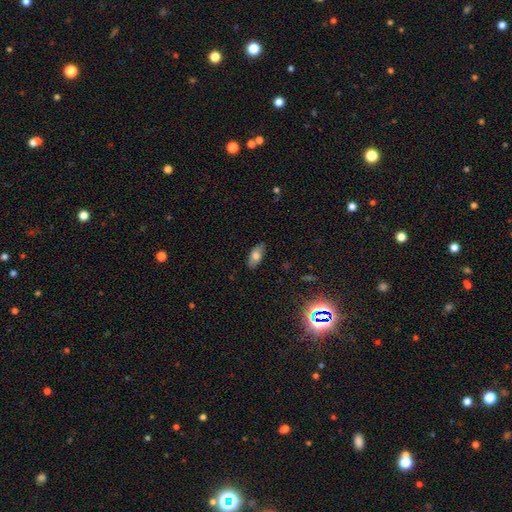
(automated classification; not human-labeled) smooth_or_featured: smooth (p=0.73) [alt: featured or disk p=0.17]
how_rounded: in between (p=0.87) [alt: cigar-shaped p=0.10]
merging: none (p=0.85) [alt: minor disturbance p=0.12]